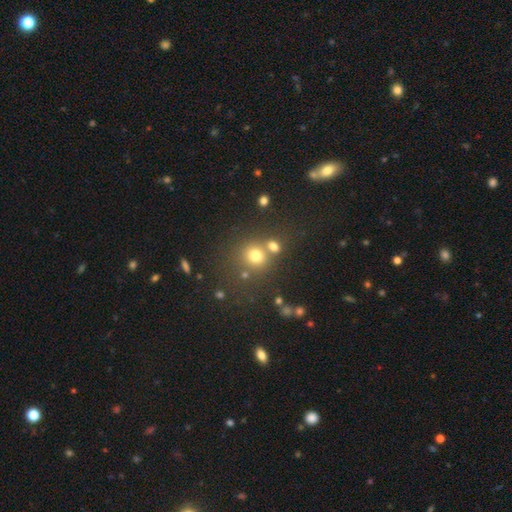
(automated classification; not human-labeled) Morphology: type=smooth (73%); roundness=round (84%); merging=none (56%).